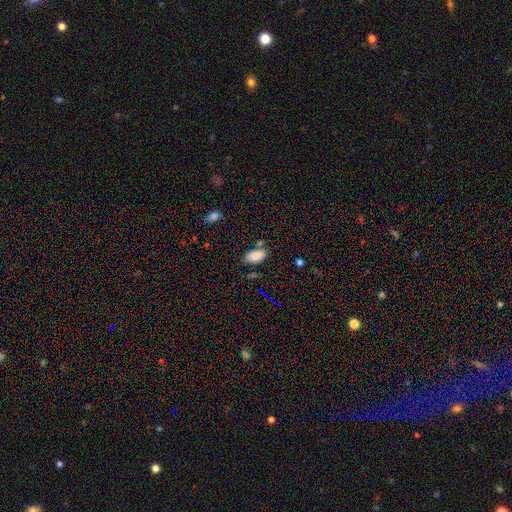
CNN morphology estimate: smooth_or_featured: smooth (p=0.86) [alt: star or artifact p=0.09]
how_rounded: in between (p=0.94) [alt: round p=0.03]
merging: none (p=0.71) [alt: minor disturbance p=0.17]